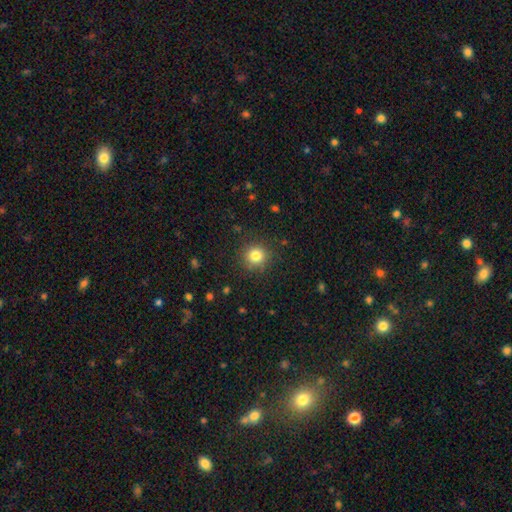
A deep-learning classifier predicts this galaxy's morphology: smooth_or_featured: smooth (p=0.81) [alt: star or artifact p=0.13]
how_rounded: round (p=0.93) [alt: in between p=0.06]
merging: none (p=0.88) [alt: minor disturbance p=0.08]